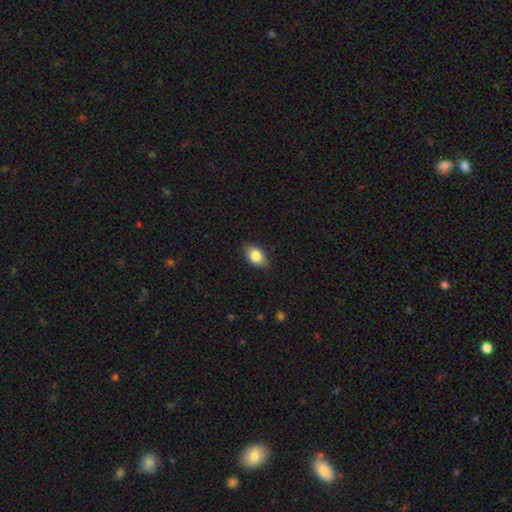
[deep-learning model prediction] A smooth galaxy with no disk features (82%) that is in between round and cigar-shaped (85%).

Vote fractions:
- Smooth or featured? smooth: 82% / featured or disk: 10% / star or artifact: 8%
- How rounded? in between: 85% / round: 12% / cigar-shaped: 2%
- Merging? none: 83% / minor disturbance: 13% / major disturbance: 2% / merger: 1%